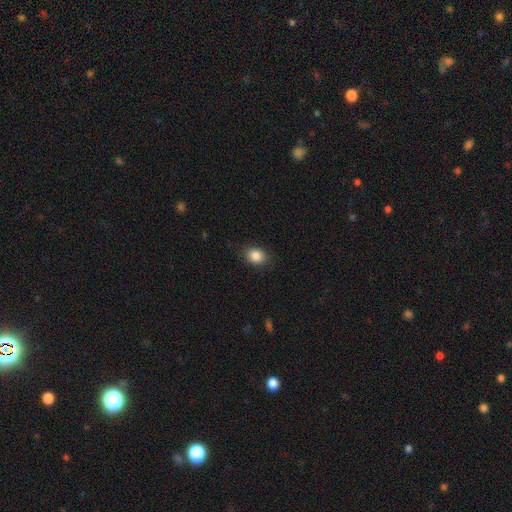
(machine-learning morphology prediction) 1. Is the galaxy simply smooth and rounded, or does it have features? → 86% smooth, 9% star or artifact, 5% featured or disk.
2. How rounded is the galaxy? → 51% in between, 48% round, 1% cigar-shaped.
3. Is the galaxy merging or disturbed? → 87% none, 10% minor disturbance, 3% major disturbance, 1% merger.